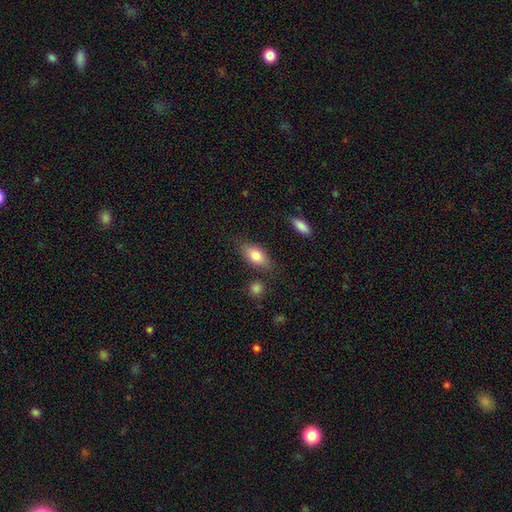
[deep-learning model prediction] smooth_or_featured: smooth (p=0.80) [alt: featured or disk p=0.13]
how_rounded: in between (p=0.87) [alt: cigar-shaped p=0.07]
merging: none (p=0.75) [alt: minor disturbance p=0.16]